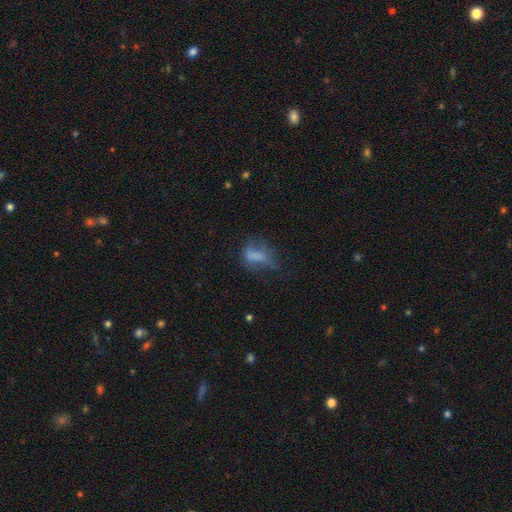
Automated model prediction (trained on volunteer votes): Morphology: type=smooth (62%); roundness=in between (74%); merging=none (36%).